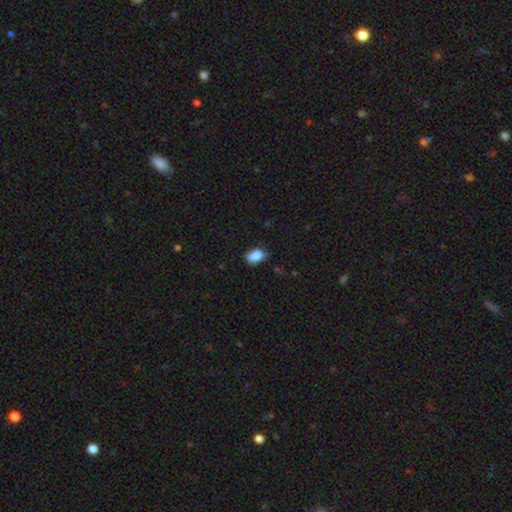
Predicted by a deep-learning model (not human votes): A smooth galaxy with no disk features (87%) that is in between round and cigar-shaped (90%). Merging: none (70%).